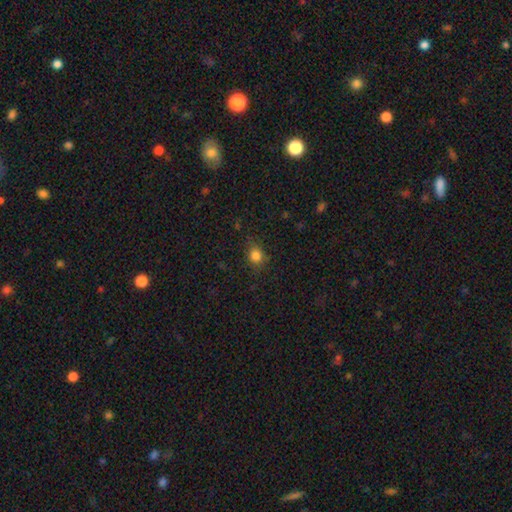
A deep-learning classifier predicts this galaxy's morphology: This appears to be a smooth galaxy with no disk features (82%) that is round (65%). Merging: none (79%).